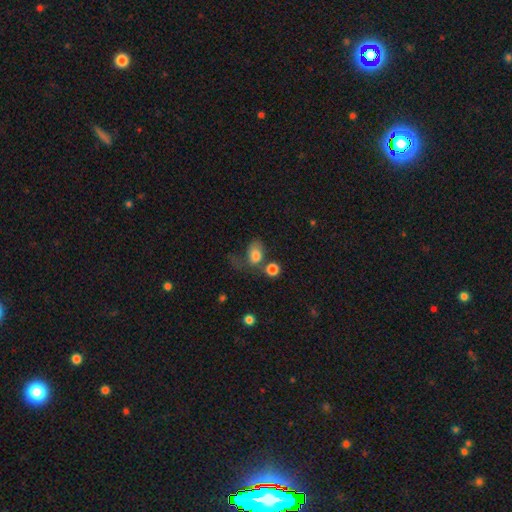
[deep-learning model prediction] smooth 78%, featured or disk 12%, star or artifact 10%. Down the decision tree: how rounded — in between (69%); merging — none (30%).